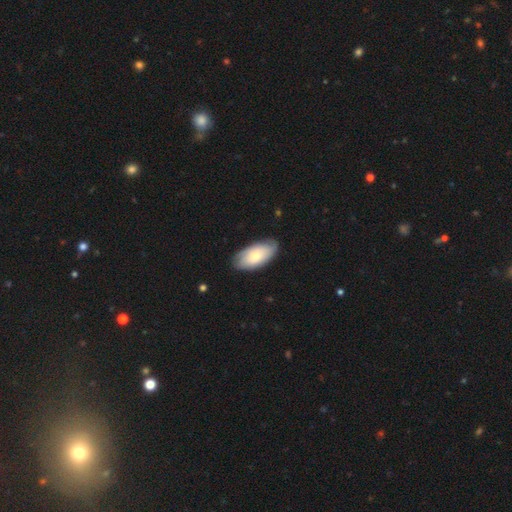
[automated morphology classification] Smooth or featured? Predicted: smooth (p=0.61). How rounded? Predicted: in between (p=0.93). Merging? Predicted: none (p=0.77).